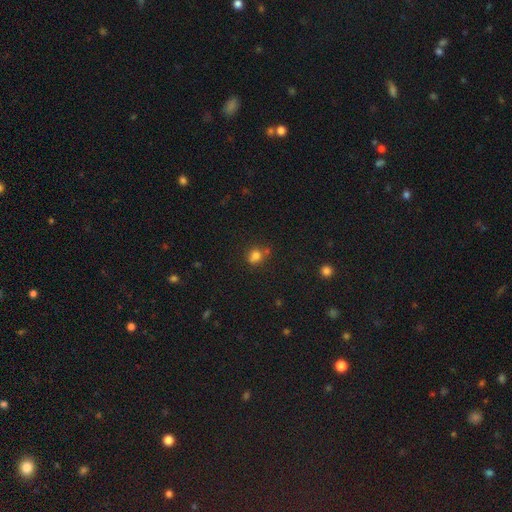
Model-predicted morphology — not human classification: Smooth or featured?
  - smooth: 76% *
  - star or artifact: 15%
  - featured or disk: 9%
How rounded?
  - round: 74% *
  - in between: 25%
  - cigar-shaped: 1%
Merging?
  - none: 55% *
  - merger: 23%
  - minor disturbance: 16%
  - major disturbance: 5%